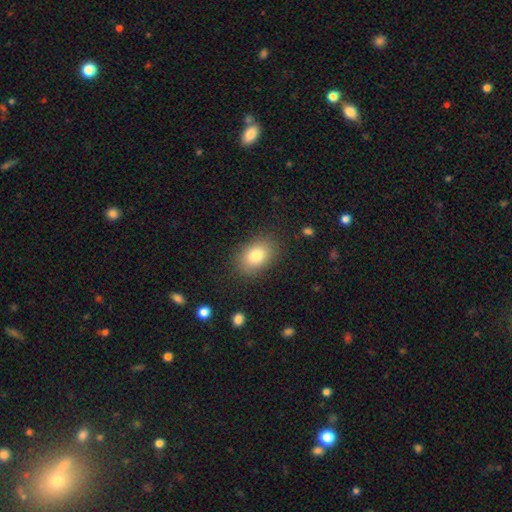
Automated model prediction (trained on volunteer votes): A smooth galaxy with no disk features (81%) that is in between round and cigar-shaped (79%).

Vote fractions:
- Smooth or featured? smooth: 81% / featured or disk: 10% / star or artifact: 9%
- How rounded? in between: 79% / round: 20% / cigar-shaped: 1%
- Merging? none: 84% / minor disturbance: 11% / major disturbance: 4% / merger: 1%